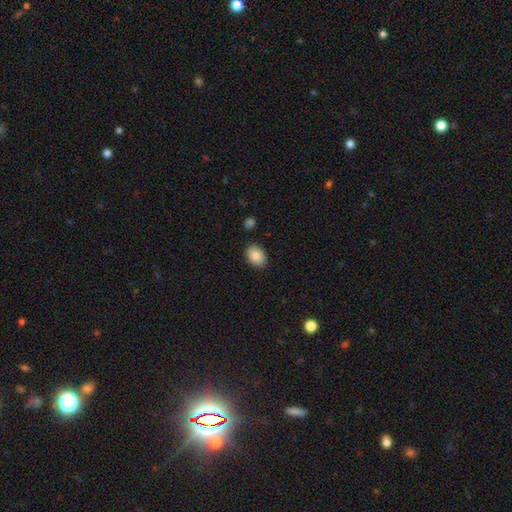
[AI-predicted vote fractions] Smooth or featured?
  - smooth: 87% *
  - star or artifact: 7%
  - featured or disk: 6%
How rounded?
  - in between: 85% *
  - round: 14%
  - cigar-shaped: 1%
Merging?
  - none: 86% *
  - minor disturbance: 10%
  - major disturbance: 2%
  - merger: 2%